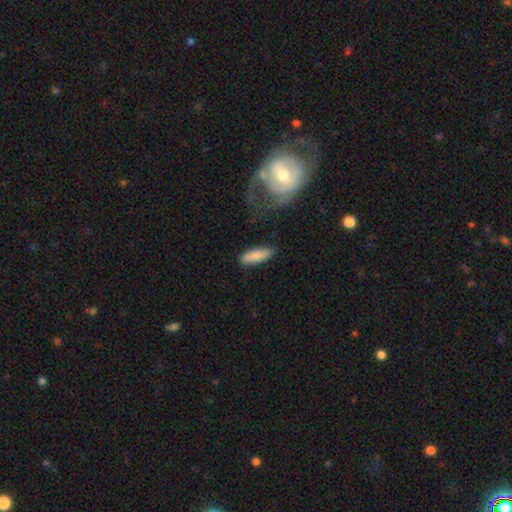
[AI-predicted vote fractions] Q: Smooth or featured?
A: smooth (83%); runner-up: featured or disk (11%)
Q: How rounded?
A: cigar-shaped (50%); runner-up: in between (48%)
Q: Merging?
A: none (83%); runner-up: minor disturbance (12%)